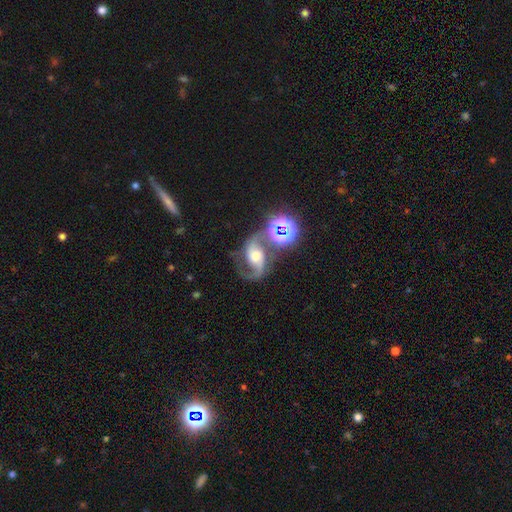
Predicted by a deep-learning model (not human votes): smooth-or-featured: featured or disk: 82% | star or artifact: 12% | smooth: 6%
  disk-edge-on: no: 97% | yes: 3%
    bar: no: 44% | weak: 35% | strong: 21%
    has-spiral-arms: yes: 97% | no: 3%
      spiral-winding: medium: 47% | loose: 44% | tight: 9%
      spiral-arm-count: 2: 91% | 1: 4% | can't tell: 2% | 3: 1% | 4: 1% | more than 4: 1%
    bulge-size: moderate: 63% | small: 18% | large: 15% | none: 2% | dominant: 2%
  merging: none: 59% | minor disturbance: 16% | merger: 13% | major disturbance: 12%